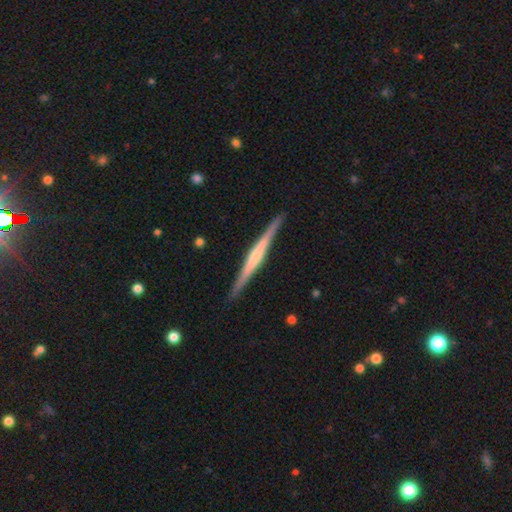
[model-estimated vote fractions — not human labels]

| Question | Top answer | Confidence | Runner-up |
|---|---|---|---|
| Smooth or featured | featured or disk | 71% | smooth (24%) |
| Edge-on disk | yes | 98% | no (2%) |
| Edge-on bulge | rounded | 43% | none (34%) |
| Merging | none | 91% | minor disturbance (6%) |